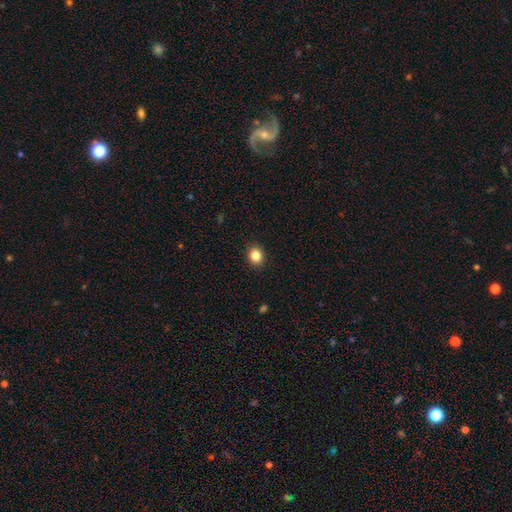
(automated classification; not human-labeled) smooth-or-featured: smooth: 85% | star or artifact: 11% | featured or disk: 5%
  how-rounded: round: 73% | in between: 26% | cigar-shaped: 1%
  merging: none: 91% | minor disturbance: 6% | major disturbance: 2% | merger: 1%